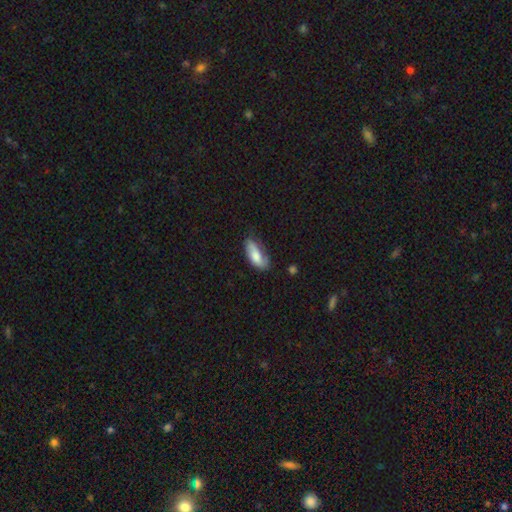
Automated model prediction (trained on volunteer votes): Q: Smooth or featured?
A: smooth (69%); runner-up: featured or disk (24%)
Q: How rounded?
A: in between (80%); runner-up: cigar-shaped (18%)
Q: Merging?
A: none (53%); runner-up: minor disturbance (34%)